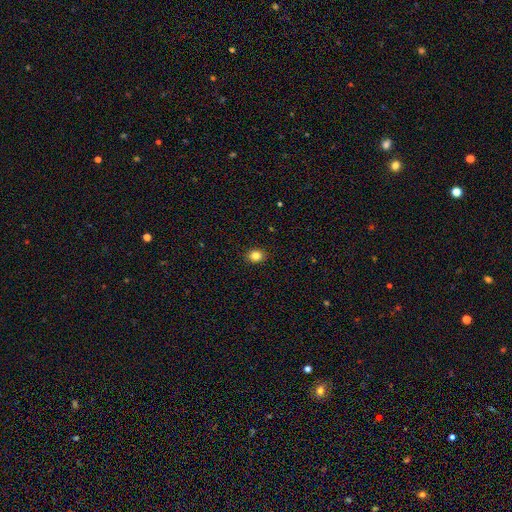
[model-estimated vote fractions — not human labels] Smooth or featured? smooth (84%)
How rounded? round (56%)
Merging? none (91%)